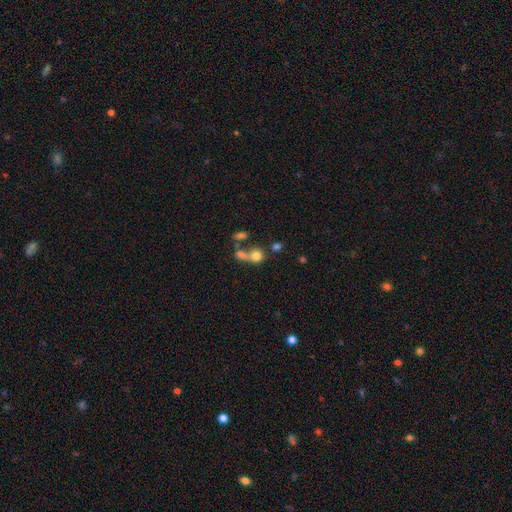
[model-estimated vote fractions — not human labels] smooth 74%, star or artifact 13%, featured or disk 13%. Down the decision tree: how rounded — round (75%); merging — merger (46%).